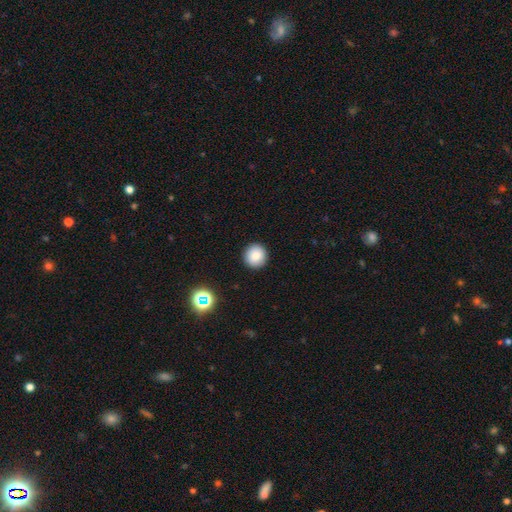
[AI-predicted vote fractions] Morphology: type=smooth (83%); roundness=round (94%); merging=none (93%).